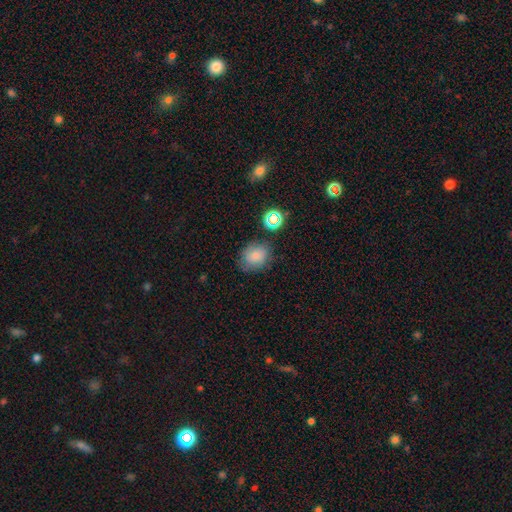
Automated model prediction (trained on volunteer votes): This is likely a smooth galaxy (76%). How rounded: likely round (62%). Merging: likely none (72%).